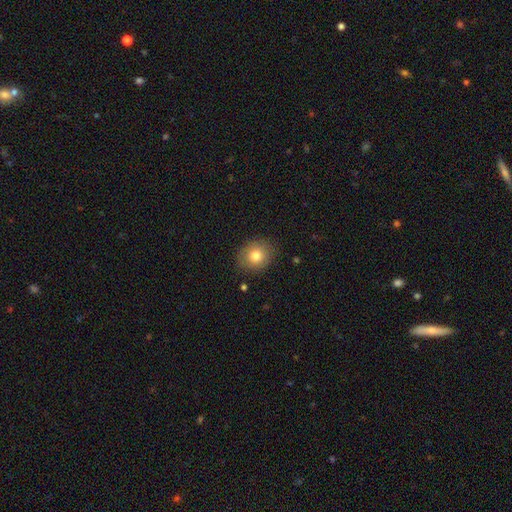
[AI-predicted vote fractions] smooth-or-featured: smooth: 79% | featured or disk: 10% | star or artifact: 10%
  how-rounded: round: 70% | in between: 29% | cigar-shaped: 1%
  merging: none: 87% | minor disturbance: 10% | major disturbance: 3% | merger: 1%